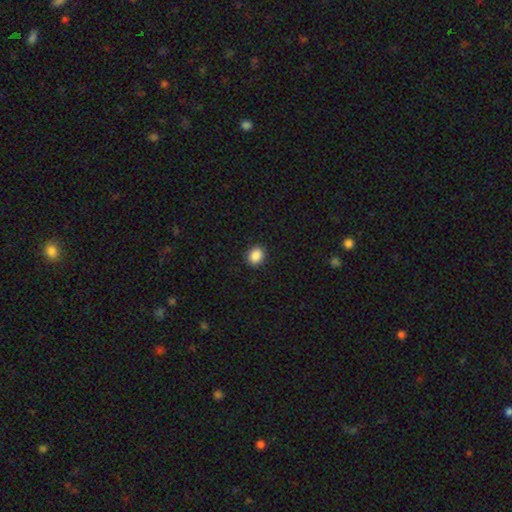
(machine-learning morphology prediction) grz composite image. It shows a smooth galaxy with no disk features (89%) that is round (57%). Merging: none (91%).